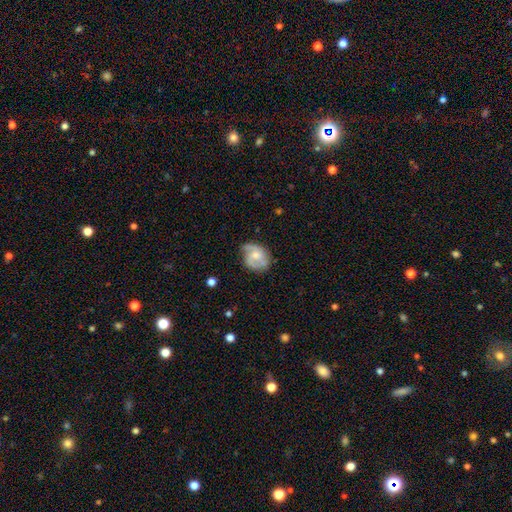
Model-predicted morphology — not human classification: The model was most divided on "bulge size": moderate: 47%, small: 39%, none: 8%, large: 5%, dominant: 1%. Remaining: edge-on disk — no (97%); spiral arms — yes (89%); spiral arm count — 2 (71%); smooth or featured — featured or disk (67%); merging — none (61%); bar — no (60%); spiral winding — medium (49%).